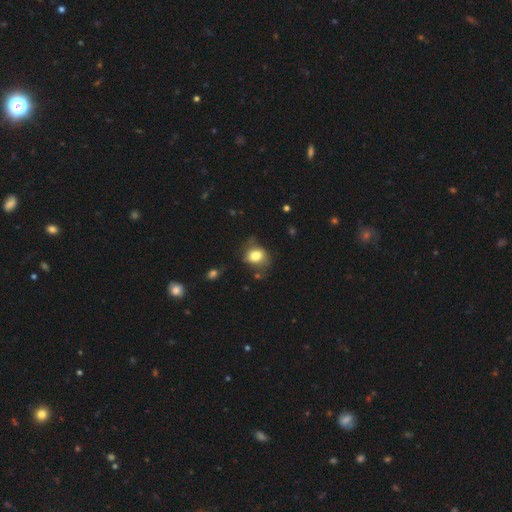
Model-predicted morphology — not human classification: type=smooth (77%); roundness=round (50%); merging=none (53%).